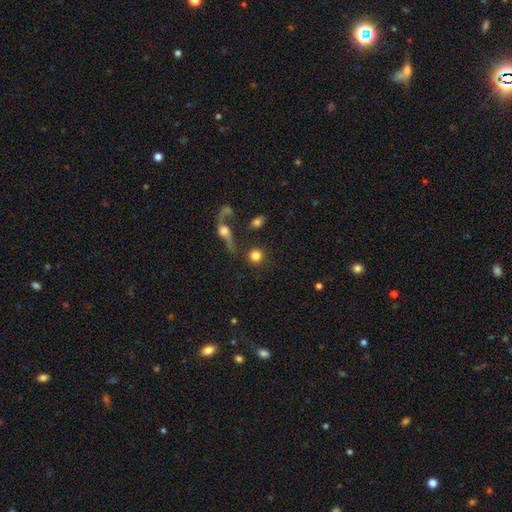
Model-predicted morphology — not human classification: smooth-or-featured: smooth: 80% | featured or disk: 12% | star or artifact: 9%
  how-rounded: round: 93% | in between: 5% | cigar-shaped: 1%
  merging: none: 72% | merger: 13% | minor disturbance: 8% | major disturbance: 7%